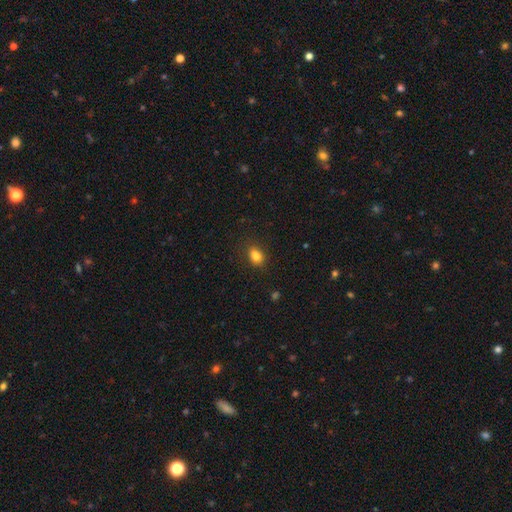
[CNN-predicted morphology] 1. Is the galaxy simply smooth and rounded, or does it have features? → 84% smooth, 11% star or artifact, 5% featured or disk.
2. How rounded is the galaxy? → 74% in between, 24% round, 2% cigar-shaped.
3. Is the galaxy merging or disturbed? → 84% none, 11% minor disturbance, 3% major disturbance, 1% merger.